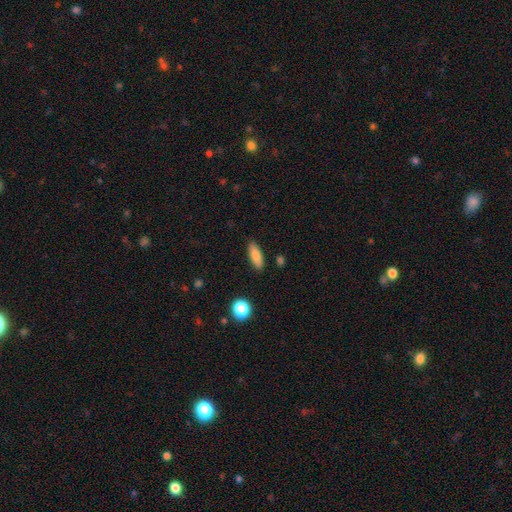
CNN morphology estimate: type=smooth (83%); roundness=in between (65%); merging=none (87%).